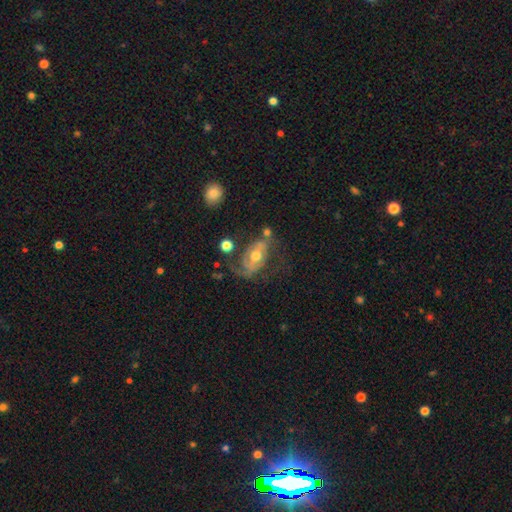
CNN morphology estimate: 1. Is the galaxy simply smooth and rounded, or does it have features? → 74% featured or disk, 19% smooth, 8% star or artifact.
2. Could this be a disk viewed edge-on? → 93% no, 7% yes.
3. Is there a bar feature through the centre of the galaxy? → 56% no, 29% weak, 15% strong.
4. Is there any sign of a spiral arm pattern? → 80% yes, 20% no.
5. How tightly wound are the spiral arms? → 40% medium, 33% loose, 27% tight.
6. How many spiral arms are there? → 54% 2, 26% 1, 14% can't tell, 3% 3, 1% 4, 1% more than 4.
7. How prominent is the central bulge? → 73% moderate, 16% small, 8% large, 1% none, 1% dominant.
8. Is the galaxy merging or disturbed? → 40% none, 29% major disturbance, 22% minor disturbance, 9% merger.